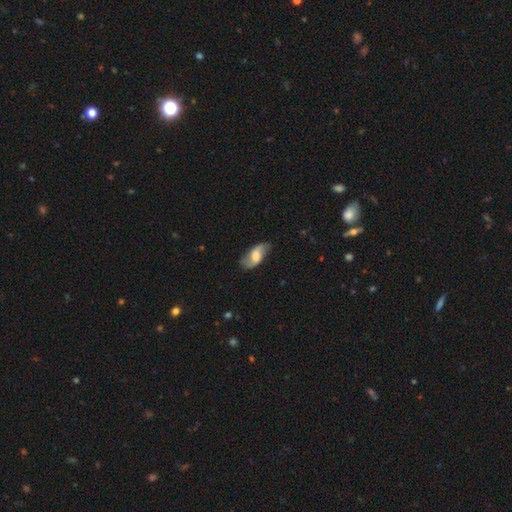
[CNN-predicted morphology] A featured or disk galaxy (60%) with a weak bar (47%), spiral arms (87%) and a moderate central bulge (41%).

Vote fractions:
- Smooth or featured? featured or disk: 60% / smooth: 33% / star or artifact: 7%
- Edge-on disk? no: 93% / yes: 7%
- Bar? weak: 47% / no: 35% / strong: 18%
- Spiral arms? yes: 87% / no: 13%
- Bulge size? moderate: 41% / large: 27% / small: 18% / none: 12% / dominant: 3%
- Merging? none: 72% / minor disturbance: 20% / major disturbance: 7% / merger: 2%